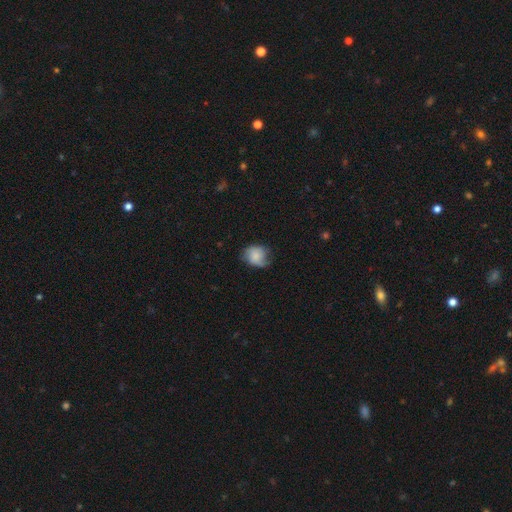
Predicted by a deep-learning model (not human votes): The model was most divided on "merging": none: 53%, minor disturbance: 33%, major disturbance: 13%, merger: 1%. More confident: smooth or featured — smooth (66%); how rounded — round (60%).